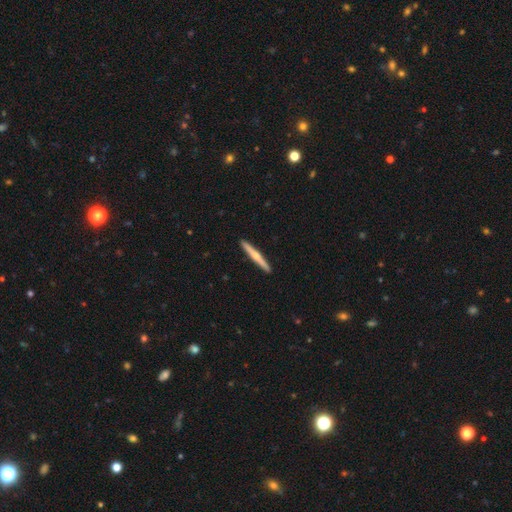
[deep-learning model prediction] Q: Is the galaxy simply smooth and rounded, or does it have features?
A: featured or disk — 53%.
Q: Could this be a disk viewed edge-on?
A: yes — 98%.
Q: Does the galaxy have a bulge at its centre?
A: rounded — 75%.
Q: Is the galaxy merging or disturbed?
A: none — 92%.